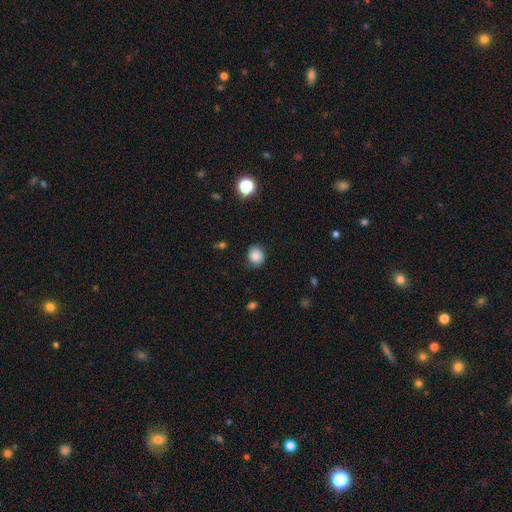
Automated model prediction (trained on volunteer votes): Smooth or featured? smooth (80%)
How rounded? round (73%)
Merging? none (75%)